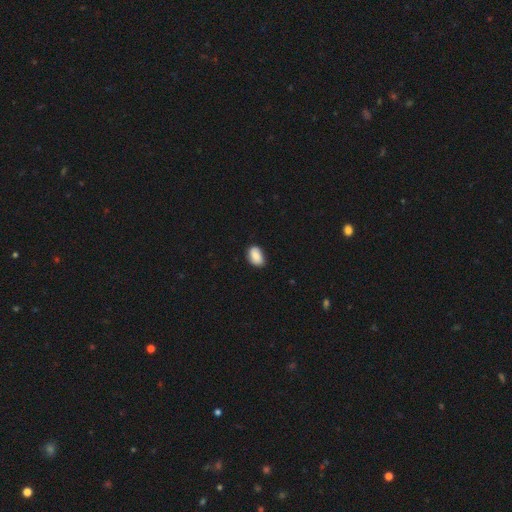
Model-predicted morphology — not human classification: smooth-or-featured: smooth: 82% | featured or disk: 10% | star or artifact: 7%
  how-rounded: in between: 88% | round: 10% | cigar-shaped: 1%
  merging: none: 79% | minor disturbance: 17% | major disturbance: 3% | merger: 1%